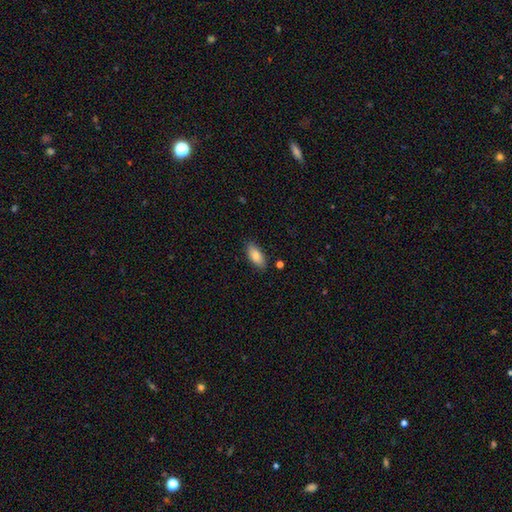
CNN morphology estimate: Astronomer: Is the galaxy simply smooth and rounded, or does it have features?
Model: smooth — 82%.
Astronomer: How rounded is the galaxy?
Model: in between — 88%.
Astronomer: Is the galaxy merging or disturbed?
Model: none — 85%.